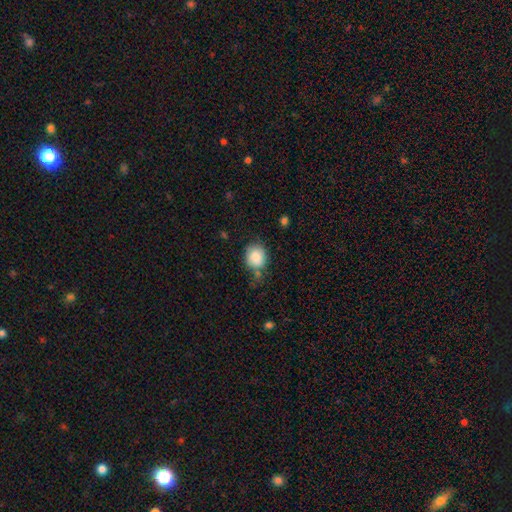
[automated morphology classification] smooth 86%, star or artifact 8%, featured or disk 5%. Down the decision tree: how rounded — round (74%); merging — none (67%).